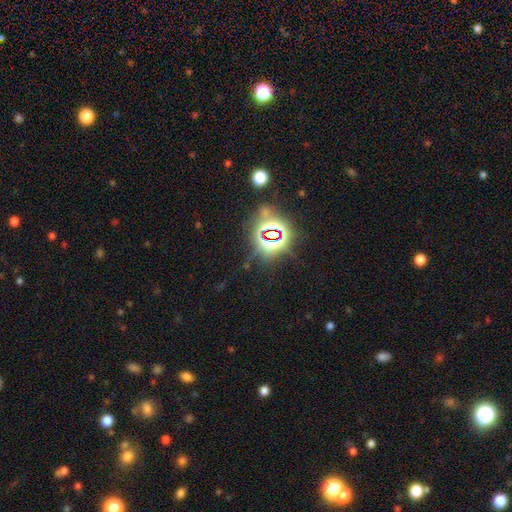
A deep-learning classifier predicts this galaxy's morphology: smooth_or_featured: star or artifact (p=0.79) [alt: smooth p=0.14]